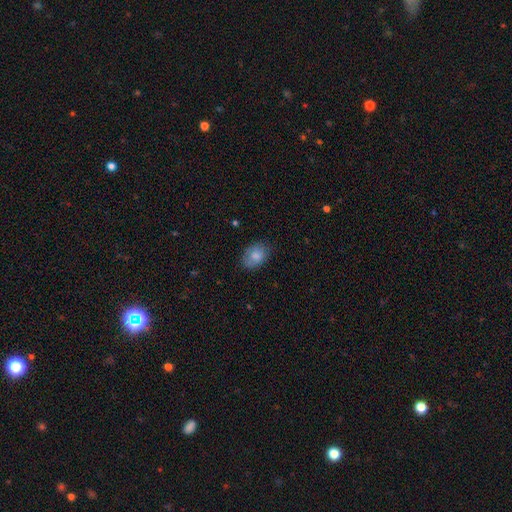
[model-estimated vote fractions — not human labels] Overall: smooth (80%). How rounded: in between (80%). Merging: none (75%).